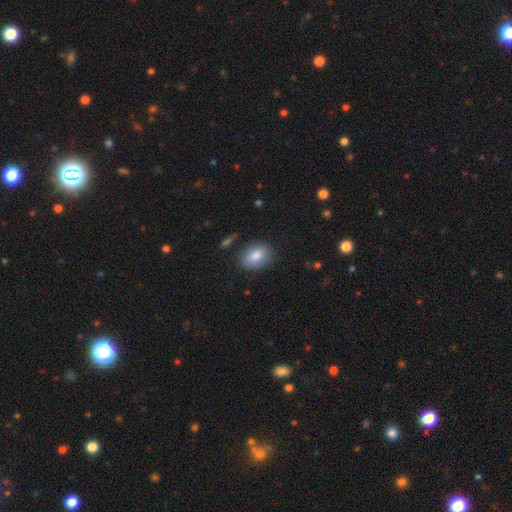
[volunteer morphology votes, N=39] smooth_or_featured: smooth (p=0.77) [alt: featured or disk p=0.23]
how_rounded: in between (p=0.87) [alt: round p=0.10]
merging: none (p=0.92) [alt: minor disturbance p=0.05]